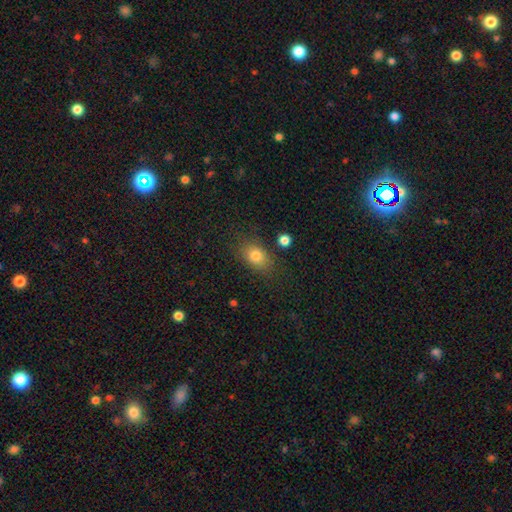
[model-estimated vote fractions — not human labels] The model was most divided on "how rounded": in between: 72%, round: 26%, cigar-shaped: 2%. More confident: smooth or featured — smooth (81%); merging — none (76%).